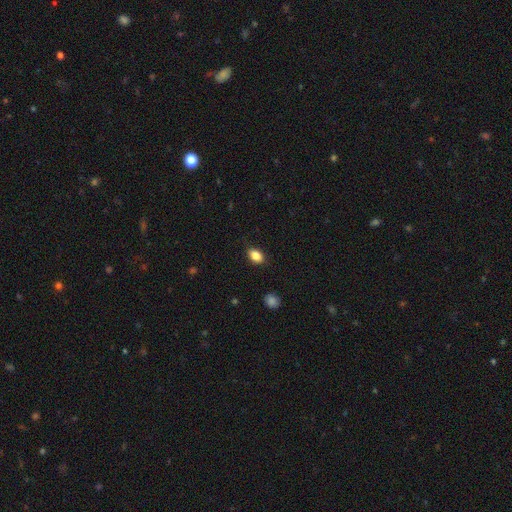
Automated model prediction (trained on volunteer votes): A smooth galaxy with no disk features (86%) that is in between round and cigar-shaped (82%). Merging: none (84%).